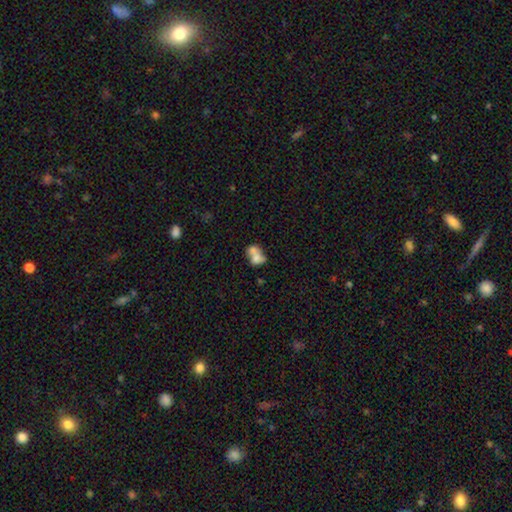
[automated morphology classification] smooth 66%, featured or disk 24%, star or artifact 10%. Down the decision tree: how rounded — in between (58%); merging — merger (67%).